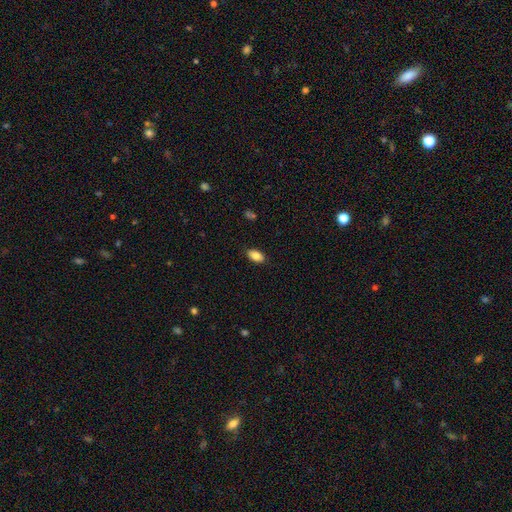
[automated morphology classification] Q: Smooth or featured?
A: smooth (85%); runner-up: star or artifact (8%)
Q: How rounded?
A: in between (92%); runner-up: round (5%)
Q: Merging?
A: none (87%); runner-up: minor disturbance (10%)